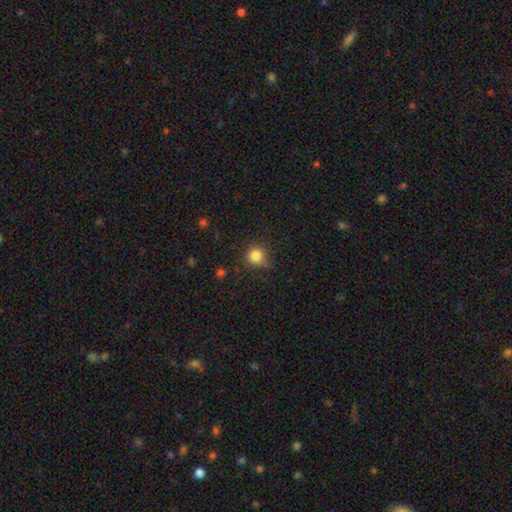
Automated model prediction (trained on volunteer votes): This is clearly a smooth galaxy (82%). How rounded: clearly round (91%). Merging: likely none (73%).